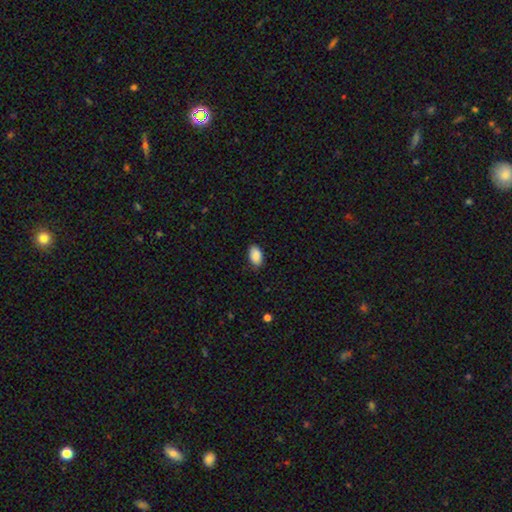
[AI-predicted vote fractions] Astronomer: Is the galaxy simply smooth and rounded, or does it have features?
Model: smooth — 90%.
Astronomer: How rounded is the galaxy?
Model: in between — 93%.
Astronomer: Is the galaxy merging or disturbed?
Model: none — 82%.